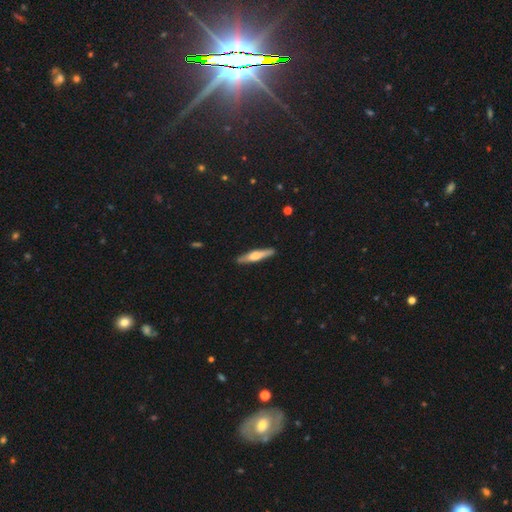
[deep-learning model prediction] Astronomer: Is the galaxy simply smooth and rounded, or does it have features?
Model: featured or disk — 54% (runner-up: smooth, 41%).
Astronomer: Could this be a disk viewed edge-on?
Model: yes — 96%.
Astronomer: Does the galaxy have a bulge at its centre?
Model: rounded — 78%.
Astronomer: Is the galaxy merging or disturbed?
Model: none — 90%.